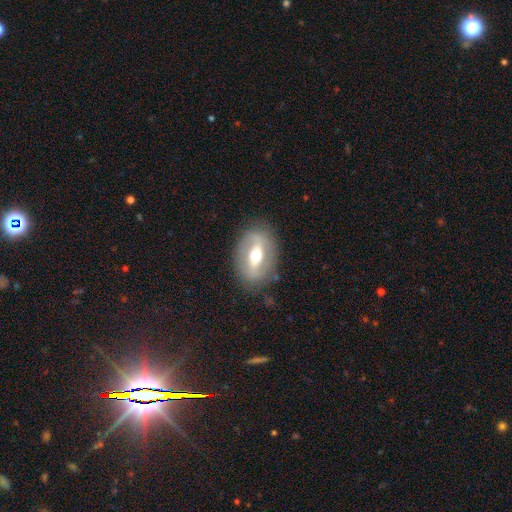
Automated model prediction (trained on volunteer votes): Smooth or featured? Predicted: featured or disk (p=0.67). Edge-on disk? Predicted: no (p=0.85). Bar? Predicted: strong (p=0.55). Spiral arms? Predicted: no (p=0.56). Bulge size? Predicted: moderate (p=0.73). Merging? Predicted: none (p=0.81).